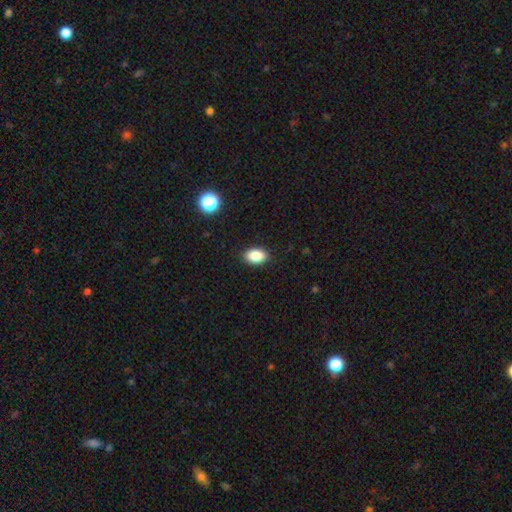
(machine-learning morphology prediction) Overall: smooth (86%). How rounded: in between (88%). Merging: none (89%).